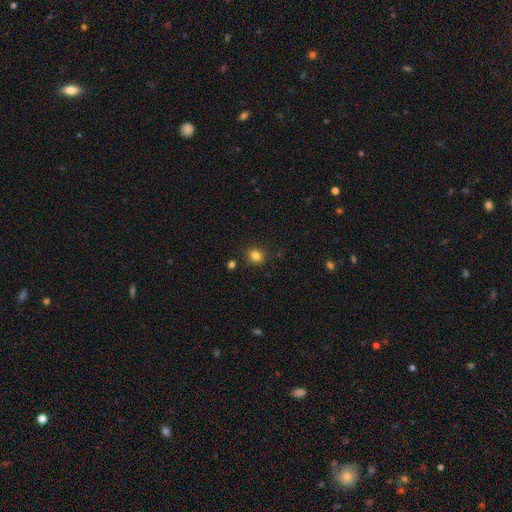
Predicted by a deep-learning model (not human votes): smooth_or_featured: smooth (p=0.82) [alt: star or artifact p=0.12]
how_rounded: round (p=0.74) [alt: in between p=0.25]
merging: none (p=0.88) [alt: minor disturbance p=0.08]